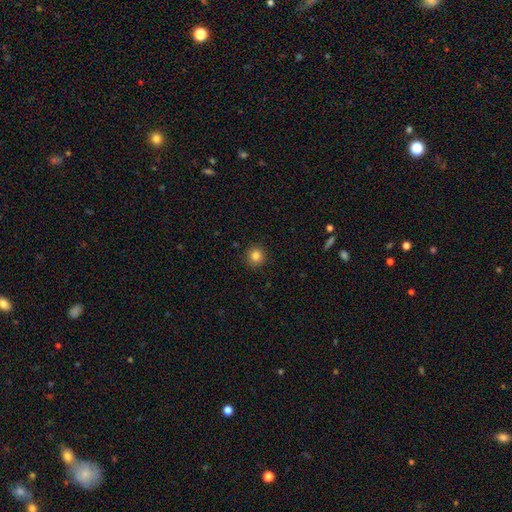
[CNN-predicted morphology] Smooth or featured: smooth — 83% (star or artifact — 11%)
How rounded: round — 94% (in between — 5%)
Merging: none — 91% (minor disturbance — 6%)